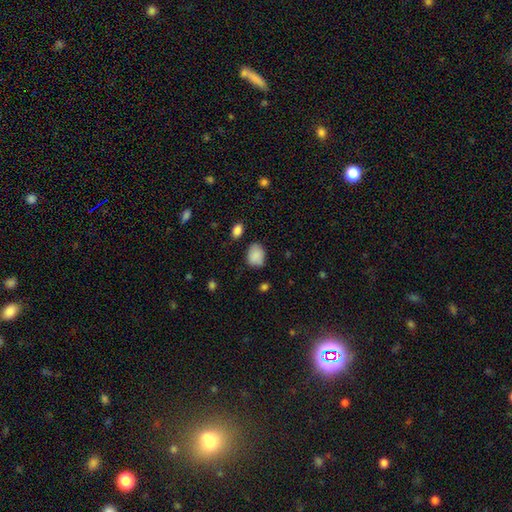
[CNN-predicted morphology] A smooth galaxy with no disk features (87%) that is in between round and cigar-shaped (52%). Merging: none (72%).